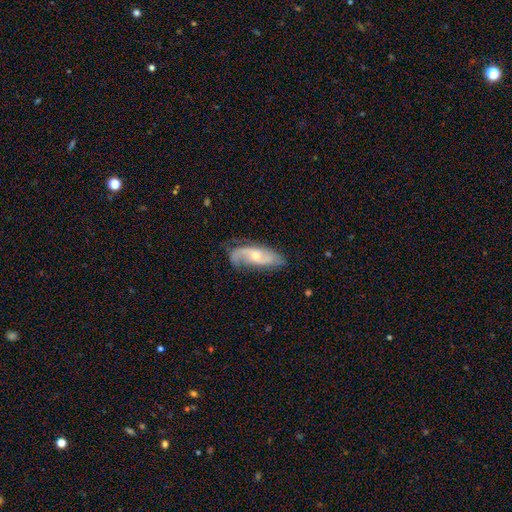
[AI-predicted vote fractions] smooth-or-featured: featured or disk: 76% | smooth: 18% | star or artifact: 6%
  disk-edge-on: no: 91% | yes: 9%
    bar: no: 61% | weak: 31% | strong: 8%
    has-spiral-arms: yes: 92% | no: 8%
      spiral-winding: loose: 49% | medium: 37% | tight: 14%
      spiral-arm-count: 2: 77% | can't tell: 10% | 1: 8% | 3: 3% | 4: 1% | more than 4: 1%
    bulge-size: small: 52% | moderate: 44% | large: 2% | none: 2% | dominant: 1%
  merging: none: 63% | minor disturbance: 25% | major disturbance: 10% | merger: 2%